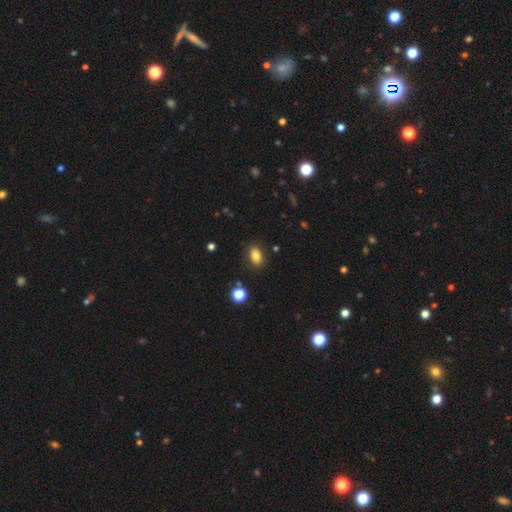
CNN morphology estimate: smooth 82%, star or artifact 10%, featured or disk 8%. Down the decision tree: how rounded — in between (83%); merging — none (84%).